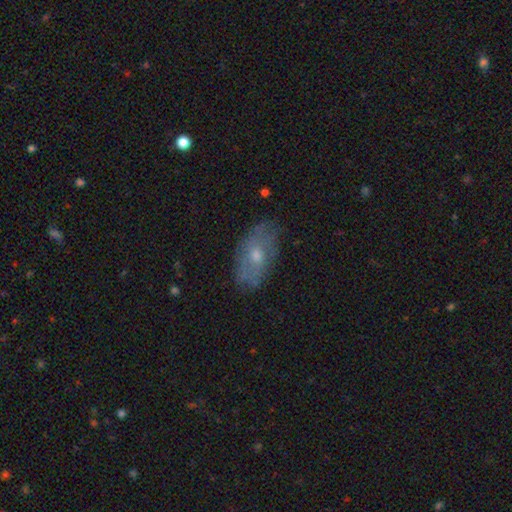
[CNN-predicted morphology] A featured or disk galaxy (46%, tied with smooth).

Vote fractions:
- Smooth or featured? featured or disk: 46% (tied) / smooth: 46% (tied) / star or artifact: 8%
- Merging? none: 72% / minor disturbance: 21% / major disturbance: 6% / merger: 1%